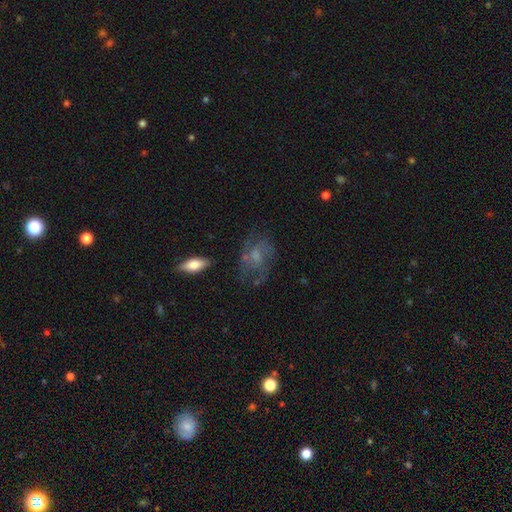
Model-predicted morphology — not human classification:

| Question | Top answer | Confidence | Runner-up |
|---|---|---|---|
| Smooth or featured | featured or disk | 53% | smooth (35%) |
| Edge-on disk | no | 95% | yes (5%) |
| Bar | no | 67% | weak (28%) |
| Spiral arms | yes | 54% | no (46%) |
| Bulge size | small | 39% | moderate (29%) |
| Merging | none | 52% | minor disturbance (23%) |